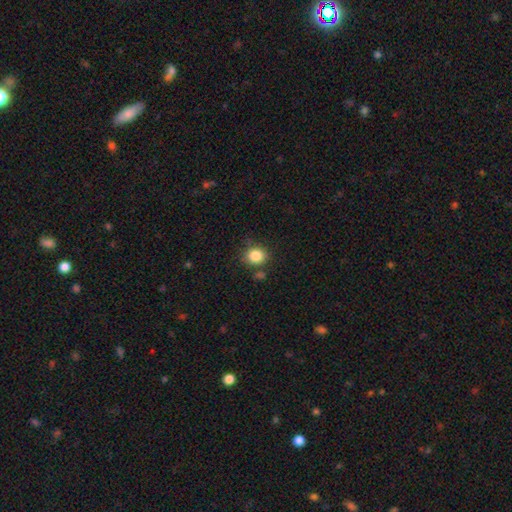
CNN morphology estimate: The model was most divided on "how rounded": round: 73%, in between: 26%, cigar-shaped: 1%. More confident: smooth or featured — smooth (85%); merging — none (77%).